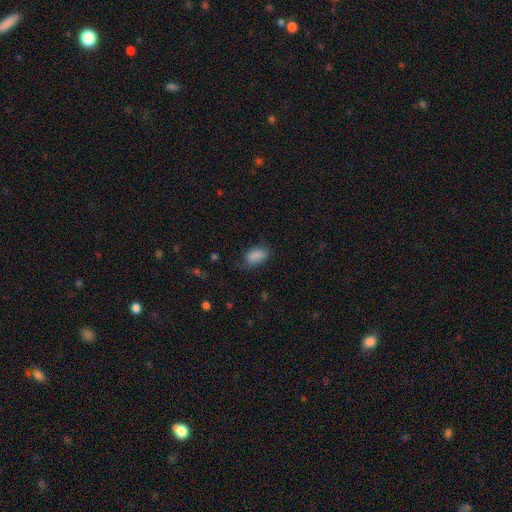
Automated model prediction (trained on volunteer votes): Smooth or featured: smooth — 88% (star or artifact — 8%)
How rounded: in between — 92% (round — 5%)
Merging: none — 69% (minor disturbance — 23%)